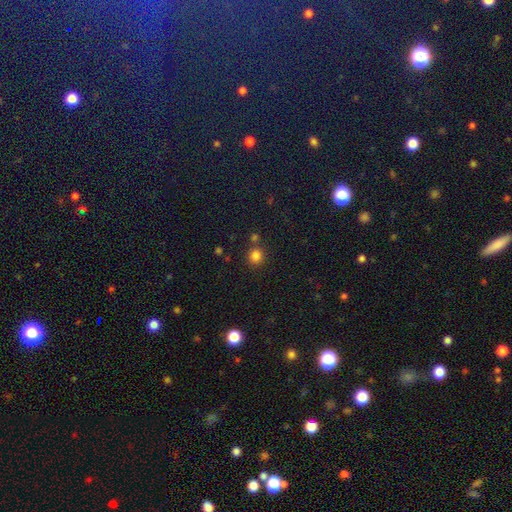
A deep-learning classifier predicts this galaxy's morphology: Smooth or featured: smooth — 82% (star or artifact — 14%)
How rounded: round — 90% (in between — 9%)
Merging: none — 78% (merger — 12%)